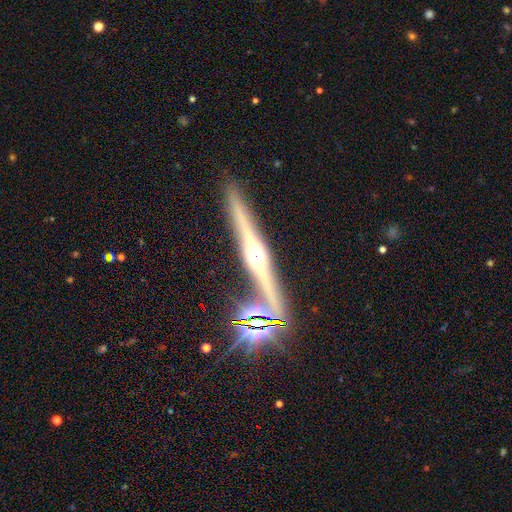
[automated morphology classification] Q: Smooth or featured?
A: featured or disk (78%); runner-up: star or artifact (11%)
Q: Edge-on disk?
A: yes (98%); runner-up: no (2%)
Q: Edge-on bulge?
A: rounded (90%); runner-up: boxy (6%)
Q: Merging?
A: none (87%); runner-up: minor disturbance (7%)